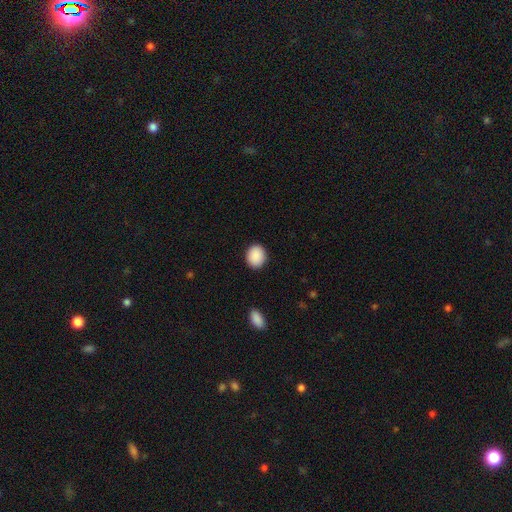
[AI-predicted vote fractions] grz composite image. It shows a smooth galaxy with no disk features (90%) that is round (64%). Merging: none (90%).